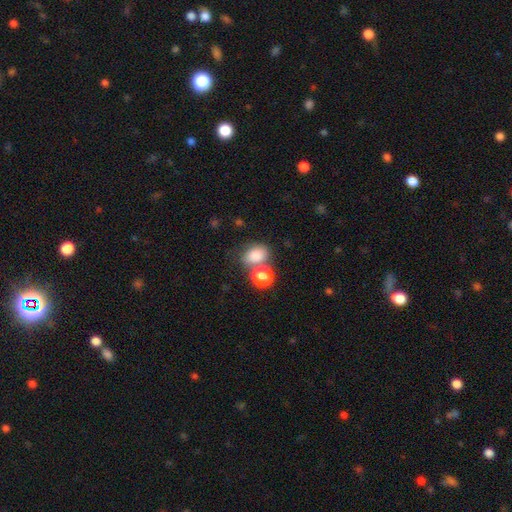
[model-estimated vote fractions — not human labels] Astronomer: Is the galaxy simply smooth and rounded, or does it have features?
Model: smooth — 81%.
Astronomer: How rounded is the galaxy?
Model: in between — 62%.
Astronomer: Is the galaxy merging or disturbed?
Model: none — 53%.